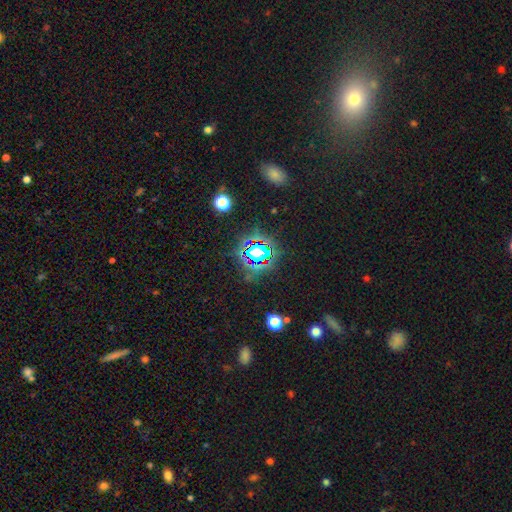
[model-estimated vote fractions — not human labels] Q: Smooth or featured?
A: star or artifact (70%); runner-up: smooth (19%)